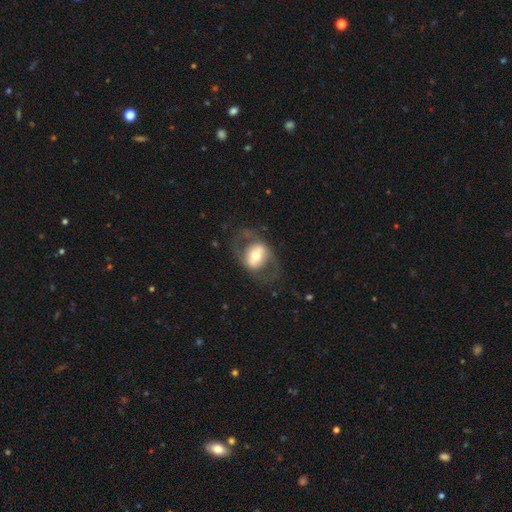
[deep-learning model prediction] featured or disk 59%, smooth 34%, star or artifact 6%. Down the decision tree: edge-on disk — no (93%); bar — no (35%); spiral arms — no (54%); bulge size — moderate (63%); merging — none (65%).